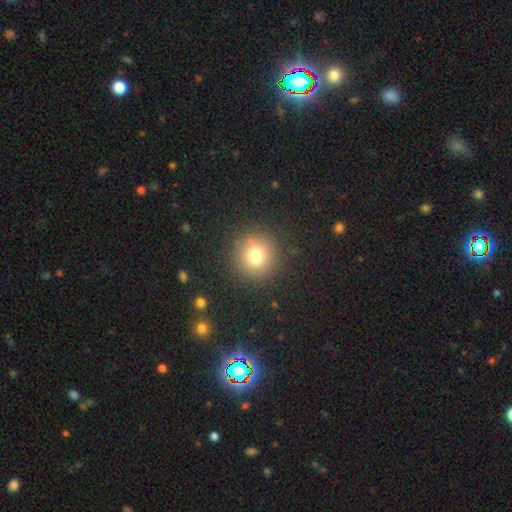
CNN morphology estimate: Q: Smooth or featured?
A: smooth (75%); runner-up: star or artifact (15%)
Q: How rounded?
A: round (94%); runner-up: in between (5%)
Q: Merging?
A: none (89%); runner-up: minor disturbance (7%)